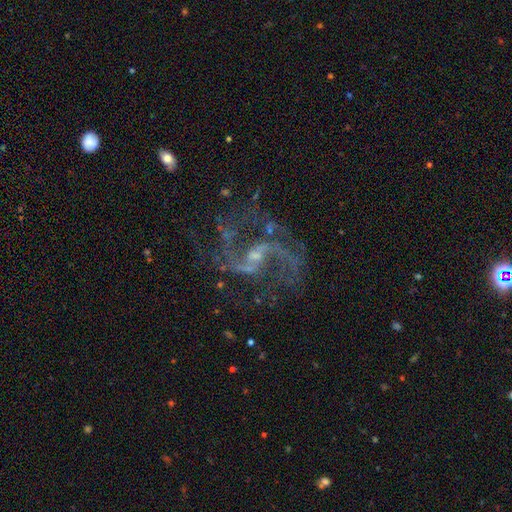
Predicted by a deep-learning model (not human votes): Overall: featured or disk (90%). Edge-on disk: no (98%). Bar: weak (52%; no 33%). Spiral arms: yes (96%). Spiral arm count: 2 (84%). Spiral winding: loose (59%; medium 35%). Bulge size: small (62%; moderate 25%). Merging: none (62%).